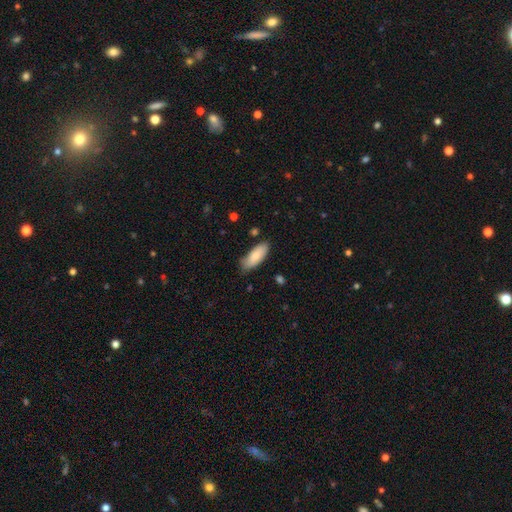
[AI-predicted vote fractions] A smooth galaxy with no disk features (80%) that is in between round and cigar-shaped (79%).

Vote fractions:
- Smooth or featured? smooth: 80% / featured or disk: 14% / star or artifact: 6%
- How rounded? in between: 79% / cigar-shaped: 20% / round: 2%
- Merging? none: 78% / minor disturbance: 18% / major disturbance: 3% / merger: 2%